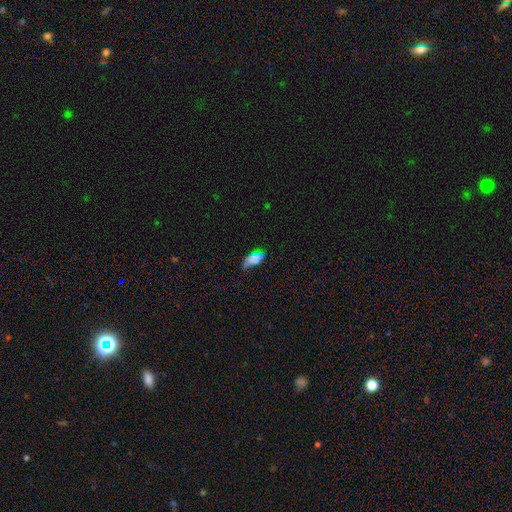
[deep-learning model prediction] Smooth or featured?
  - smooth: 59% *
  - star or artifact: 24%
  - featured or disk: 17%
How rounded?
  - in between: 82% *
  - cigar-shaped: 12%
  - round: 6%
Merging?
  - none: 50% *
  - minor disturbance: 29%
  - major disturbance: 15%
  - merger: 5%